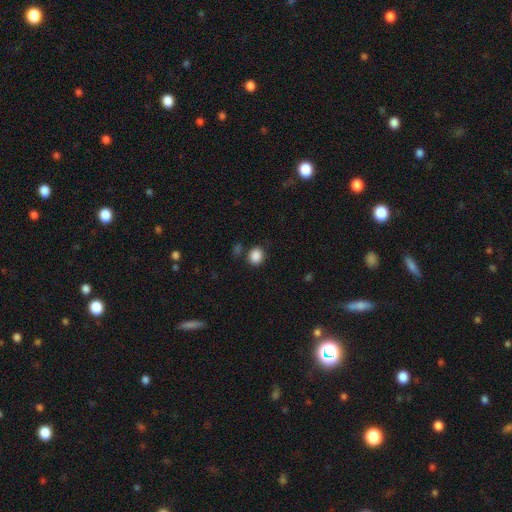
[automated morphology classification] smooth_or_featured: smooth (p=0.87) [alt: star or artifact p=0.10]
how_rounded: round (p=0.69) [alt: in between p=0.30]
merging: none (p=0.81) [alt: minor disturbance p=0.11]